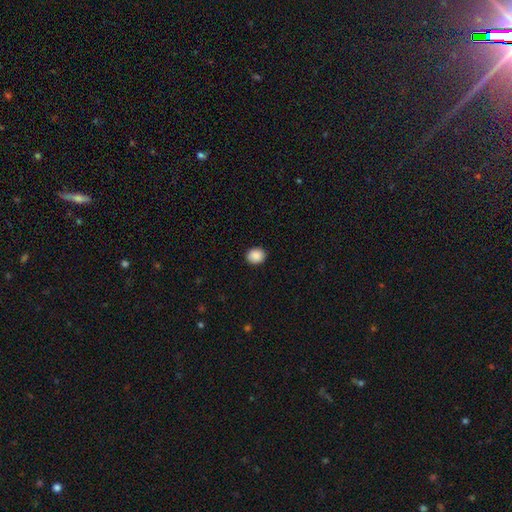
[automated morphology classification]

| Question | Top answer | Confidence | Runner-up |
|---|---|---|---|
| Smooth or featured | smooth | 89% | star or artifact (8%) |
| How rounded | round | 66% | in between (33%) |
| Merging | none | 91% | minor disturbance (6%) |